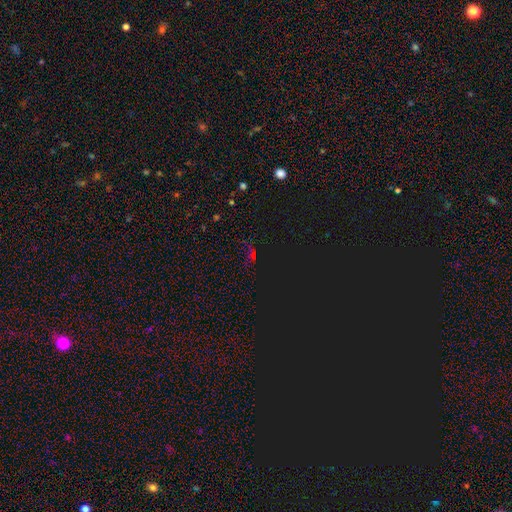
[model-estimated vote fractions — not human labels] smooth_or_featured: star or artifact (p=0.75) [alt: smooth p=0.17]